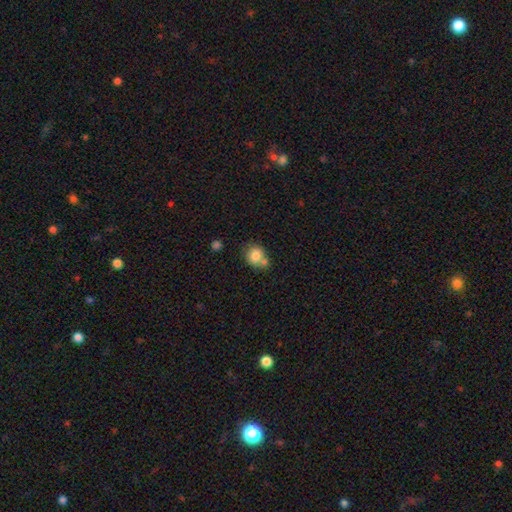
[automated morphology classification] A smooth galaxy with no disk features (81%) that is round (72%).

Vote fractions:
- Smooth or featured? smooth: 81% / featured or disk: 10% / star or artifact: 9%
- How rounded? round: 72% / in between: 27% / cigar-shaped: 1%
- Merging? none: 52% / merger: 28% / minor disturbance: 15% / major disturbance: 5%